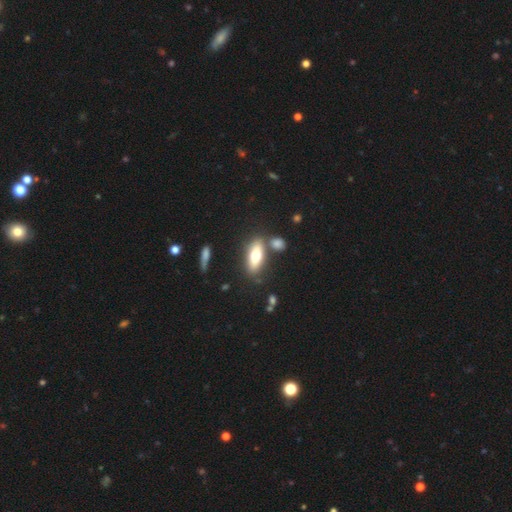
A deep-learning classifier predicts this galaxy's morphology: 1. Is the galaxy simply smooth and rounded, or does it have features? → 68% smooth, 26% featured or disk, 7% star or artifact.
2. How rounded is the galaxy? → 70% in between, 27% cigar-shaped, 3% round.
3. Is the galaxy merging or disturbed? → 72% none, 13% merger, 12% minor disturbance, 4% major disturbance.